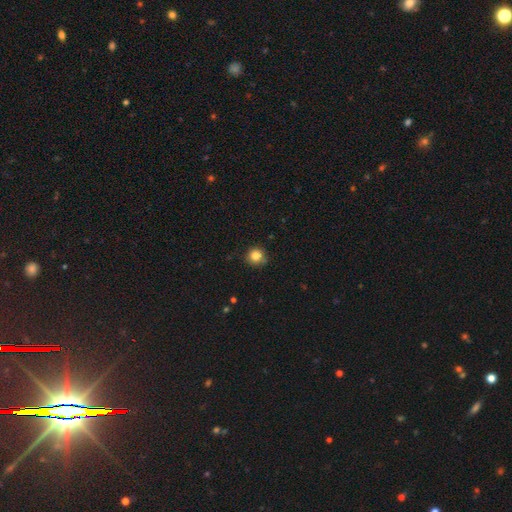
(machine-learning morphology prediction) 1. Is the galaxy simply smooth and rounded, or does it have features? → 83% smooth, 12% star or artifact, 6% featured or disk.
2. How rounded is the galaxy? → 93% round, 6% in between, 1% cigar-shaped.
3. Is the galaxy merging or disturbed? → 85% none, 12% minor disturbance, 2% major disturbance, 1% merger.